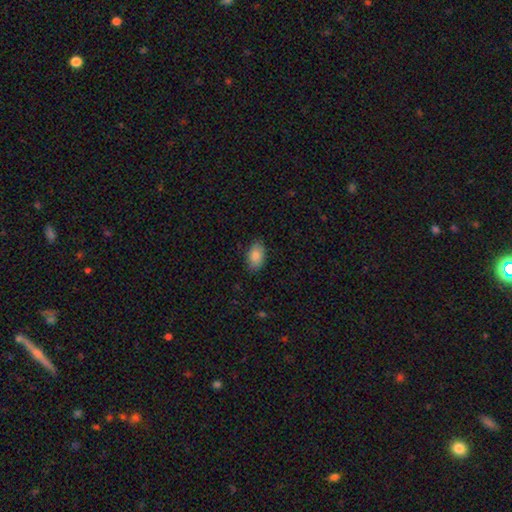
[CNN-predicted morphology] Smooth or featured?
  - smooth: 87% *
  - star or artifact: 7%
  - featured or disk: 6%
How rounded?
  - in between: 92% *
  - round: 6%
  - cigar-shaped: 2%
Merging?
  - none: 85% *
  - minor disturbance: 12%
  - major disturbance: 3%
  - merger: 1%